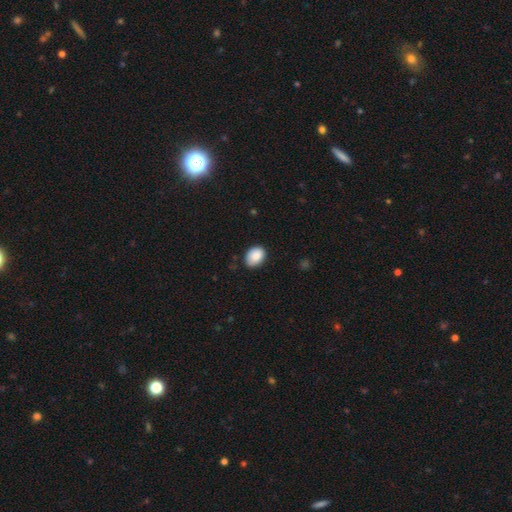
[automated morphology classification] smooth_or_featured: smooth (p=0.87) [alt: star or artifact p=0.07]
how_rounded: in between (p=0.70) [alt: round p=0.29]
merging: none (p=0.79) [alt: minor disturbance p=0.17]